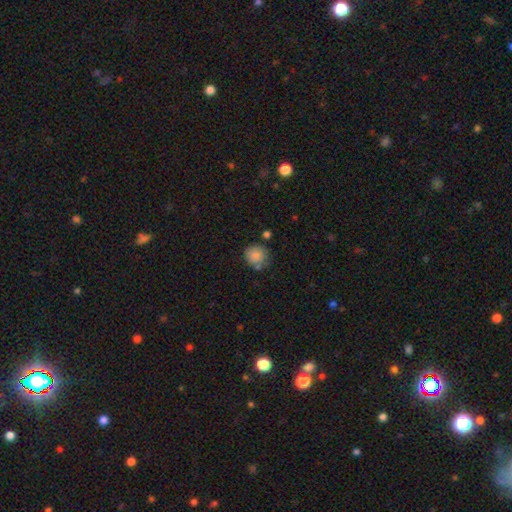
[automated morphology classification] Smooth or featured?
  - smooth: 86% *
  - star or artifact: 8%
  - featured or disk: 6%
How rounded?
  - round: 86% *
  - in between: 13%
  - cigar-shaped: 1%
Merging?
  - none: 69% *
  - minor disturbance: 18%
  - merger: 8%
  - major disturbance: 5%